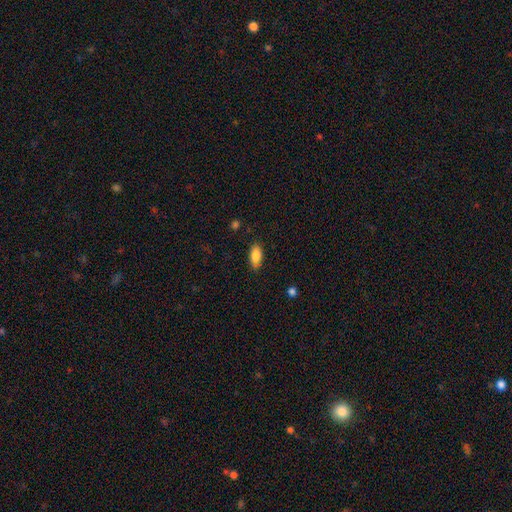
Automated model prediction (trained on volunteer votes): Smooth or featured: smooth — 86% (featured or disk — 7%)
How rounded: in between — 89% (cigar-shaped — 9%)
Merging: none — 82% (minor disturbance — 14%)